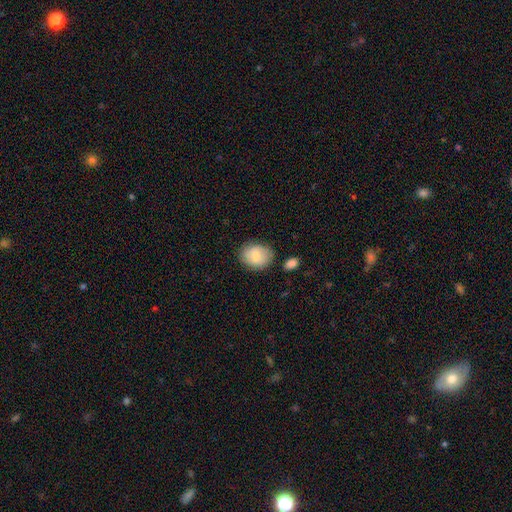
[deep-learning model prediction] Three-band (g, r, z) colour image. It shows a smooth galaxy with no disk features (78%) that is in between round and cigar-shaped (54%). Merging: none (77%).